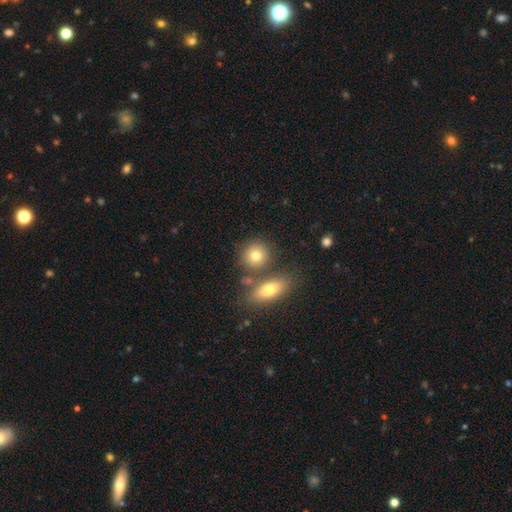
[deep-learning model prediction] smooth_or_featured: smooth (p=0.78) [alt: featured or disk p=0.12]
how_rounded: round (p=0.80) [alt: in between p=0.18]
merging: none (p=0.70) [alt: merger p=0.17]